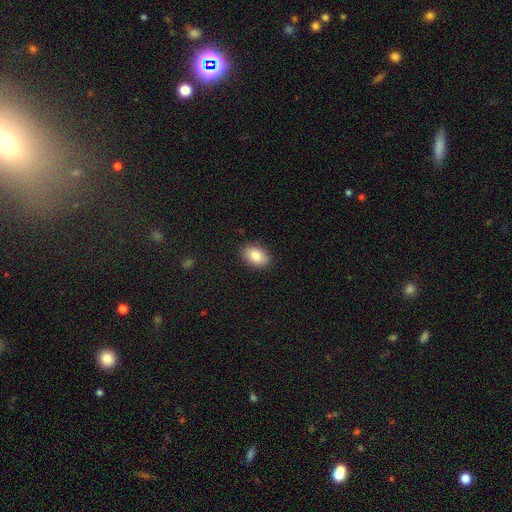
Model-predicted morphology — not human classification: smooth-or-featured: smooth: 83% | featured or disk: 9% | star or artifact: 7%
  how-rounded: in between: 84% | round: 15% | cigar-shaped: 1%
  merging: none: 88% | minor disturbance: 9% | major disturbance: 2% | merger: 1%